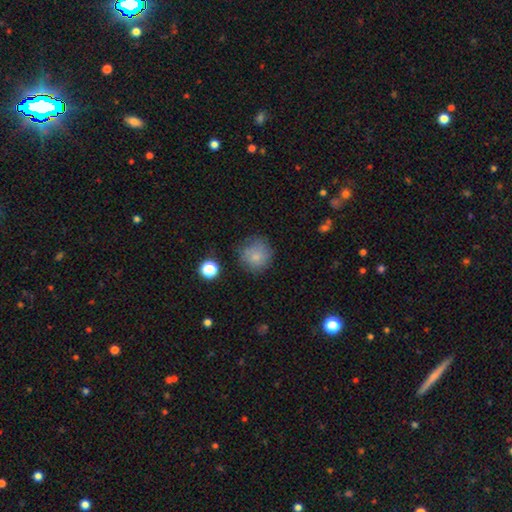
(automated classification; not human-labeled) A smooth galaxy with no disk features (79%) that is round (91%).

Vote fractions:
- Smooth or featured? smooth: 79% / star or artifact: 11% / featured or disk: 10%
- How rounded? round: 91% / in between: 8% / cigar-shaped: 1%
- Merging? none: 72% / minor disturbance: 18% / major disturbance: 7% / merger: 3%